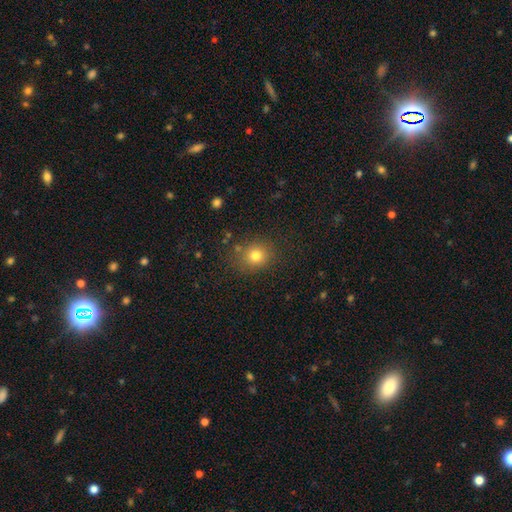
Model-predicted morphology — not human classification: Smooth or featured?
  - smooth: 78% *
  - star or artifact: 14%
  - featured or disk: 8%
How rounded?
  - round: 78% *
  - in between: 21%
  - cigar-shaped: 1%
Merging?
  - none: 81% *
  - minor disturbance: 12%
  - major disturbance: 4%
  - merger: 3%